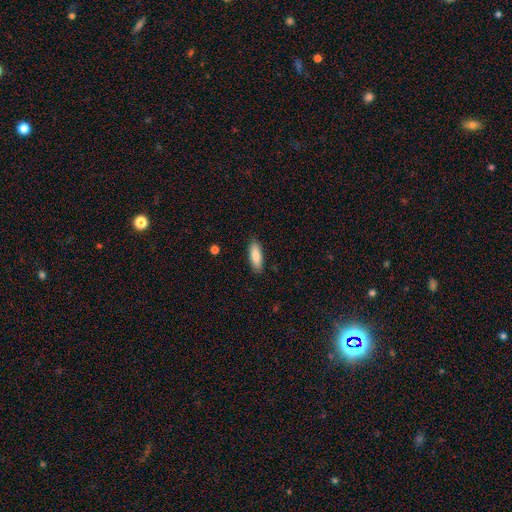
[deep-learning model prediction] This is clearly a smooth galaxy (85%). How rounded: likely in between (64%). Merging: clearly none (88%).